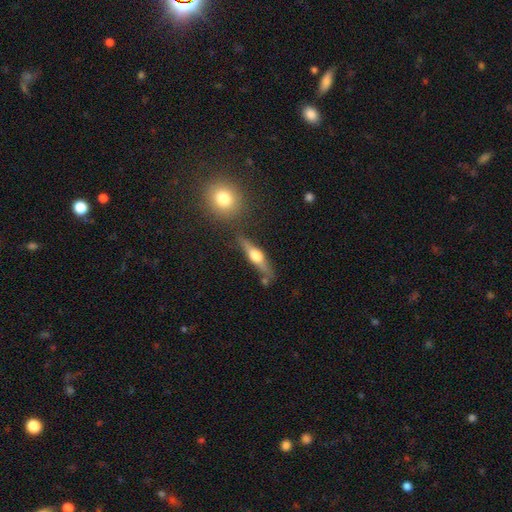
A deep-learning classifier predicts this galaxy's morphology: This is likely a featured or disk galaxy (60%). It is clearly viewed edge-on (92%). Edge-on bulge: clearly rounded (93%). Merging: likely none (73%).